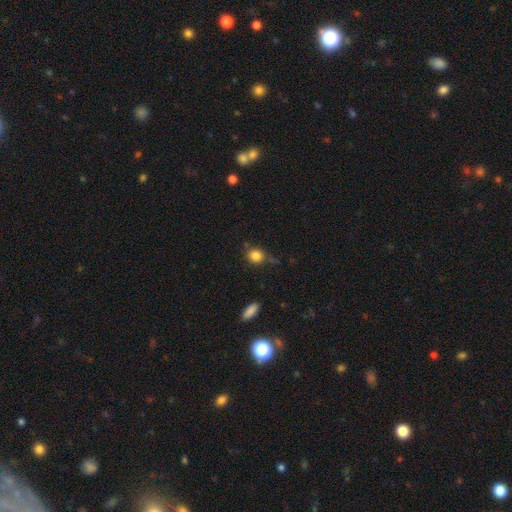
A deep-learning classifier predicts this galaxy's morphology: Overall: smooth (85%). How rounded: round (78%). Merging: none (74%).